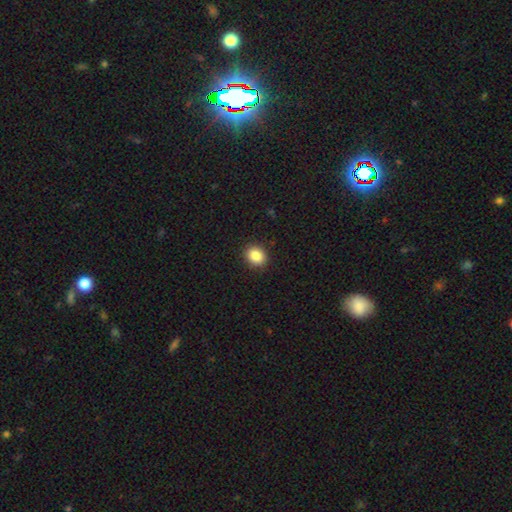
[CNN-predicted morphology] Smooth or featured: smooth — 87% (star or artifact — 9%)
How rounded: round — 60% (in between — 39%)
Merging: none — 91% (minor disturbance — 6%)